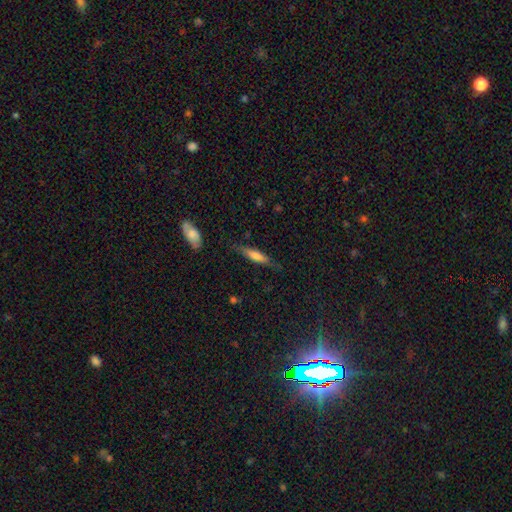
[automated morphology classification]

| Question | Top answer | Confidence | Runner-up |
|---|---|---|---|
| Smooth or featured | smooth | 58% | featured or disk (36%) |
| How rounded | cigar-shaped | 81% | in between (18%) |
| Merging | none | 76% | minor disturbance (18%) |